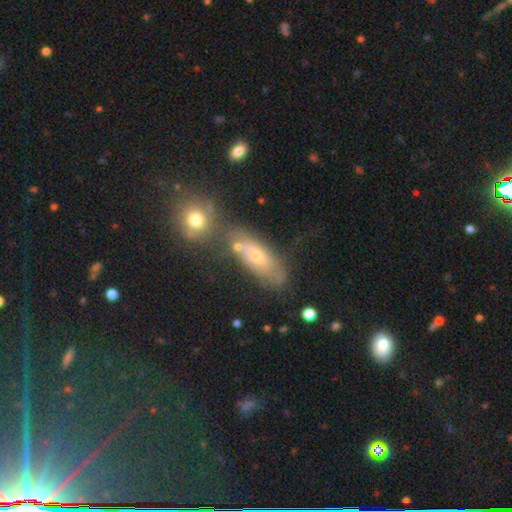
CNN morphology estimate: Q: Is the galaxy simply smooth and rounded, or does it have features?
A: smooth — 51%.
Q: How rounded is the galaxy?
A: in between — 67%.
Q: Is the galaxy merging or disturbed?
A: none — 51%.